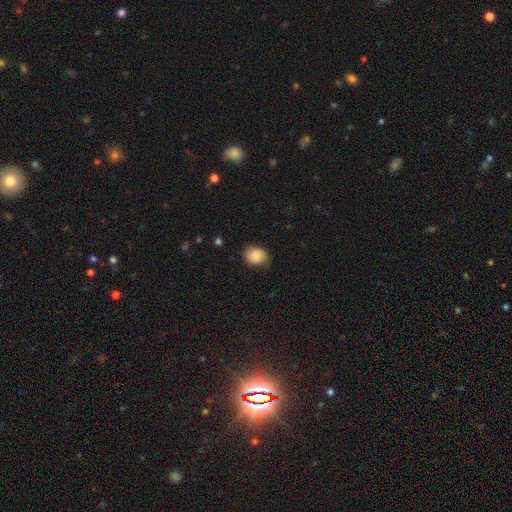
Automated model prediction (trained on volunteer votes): Overall: smooth (86%). How rounded: in between (51%; round 49%). Merging: none (78%).